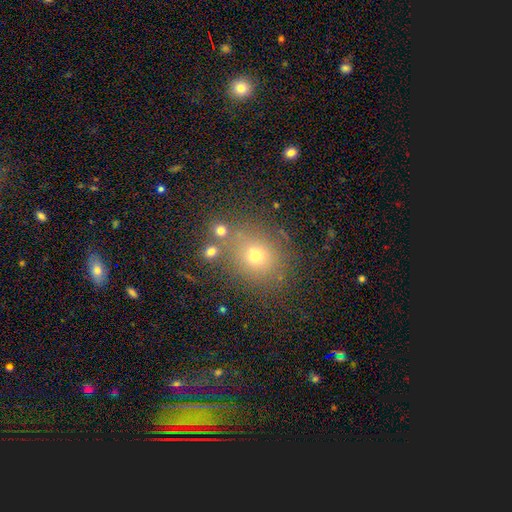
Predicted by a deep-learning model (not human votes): Smooth or featured? smooth (68%)
How rounded? round (65%)
Merging? none (70%)